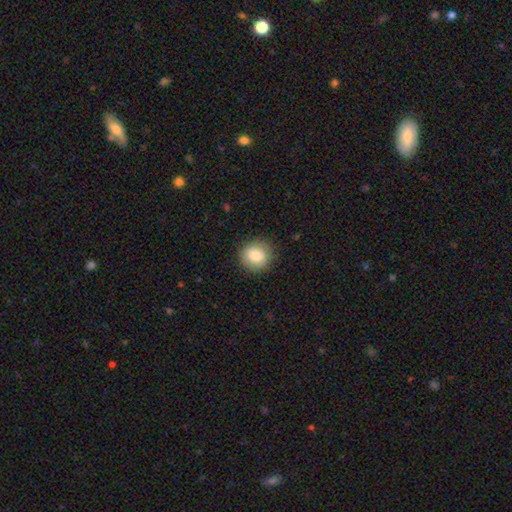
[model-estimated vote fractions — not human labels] Morphology: type=smooth (83%); roundness=round (89%); merging=none (88%).